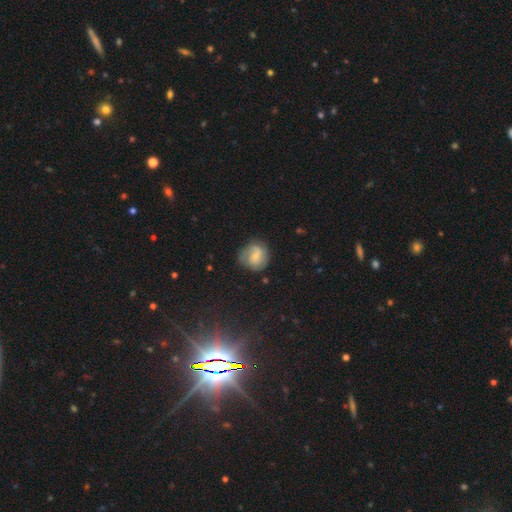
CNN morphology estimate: Smooth or featured: featured or disk — 49% (smooth — 43%)
Merging: none — 69% (minor disturbance — 21%)